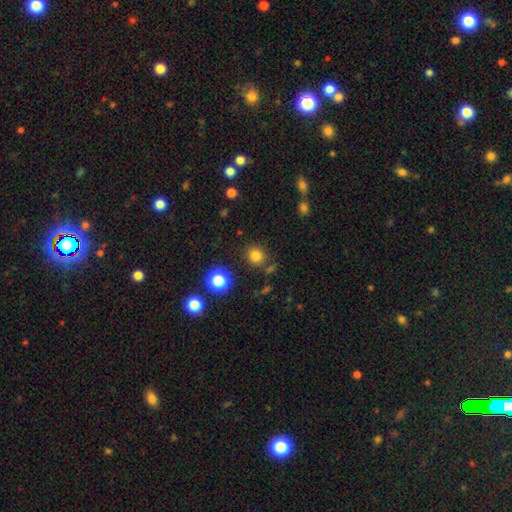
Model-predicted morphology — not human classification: Smooth or featured? smooth (79%)
How rounded? round (88%)
Merging? none (83%)